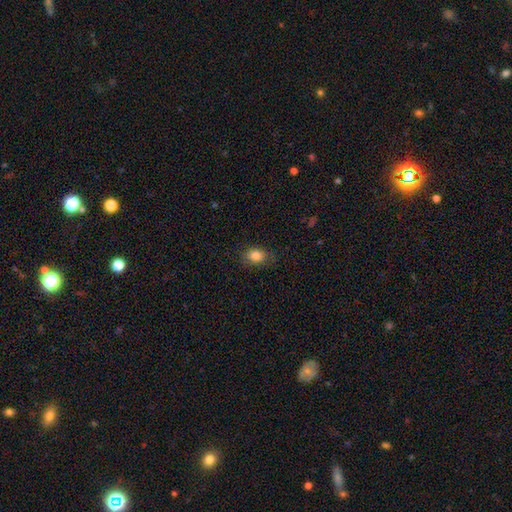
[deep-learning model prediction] A smooth galaxy with no disk features (85%) that is in between round and cigar-shaped (73%). Merging: none (80%).